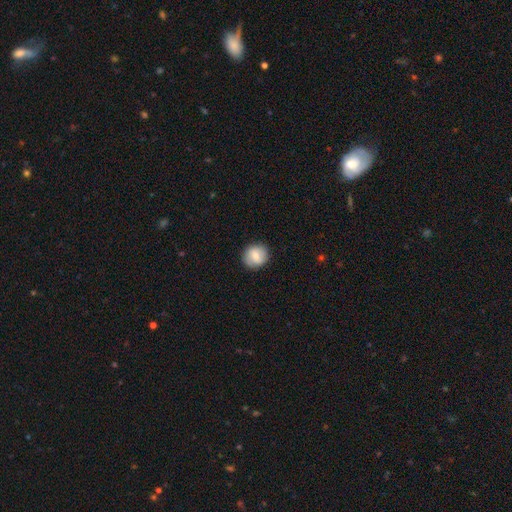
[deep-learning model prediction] A smooth galaxy with no disk features (67%) that is round (85%). Merging: none (86%).